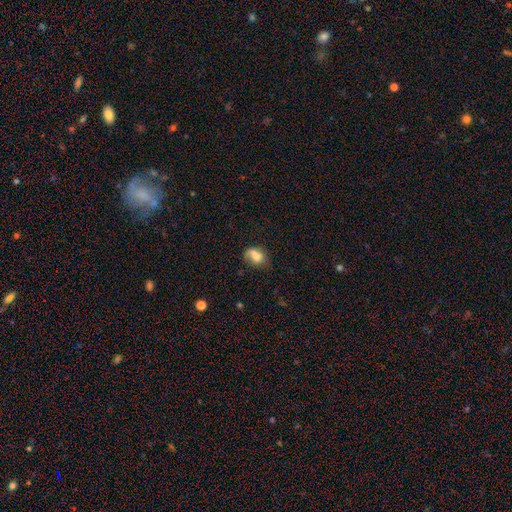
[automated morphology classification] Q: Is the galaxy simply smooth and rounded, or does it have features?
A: smooth — 68%.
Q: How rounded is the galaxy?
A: in between — 73%.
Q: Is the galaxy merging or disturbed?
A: none — 43%.